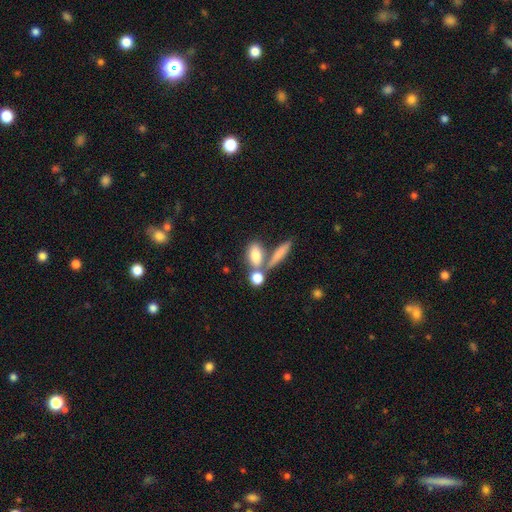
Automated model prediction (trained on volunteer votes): Smooth or featured? Predicted: smooth (p=0.78). How rounded? Predicted: in between (p=0.69). Merging? Predicted: none (p=0.47).